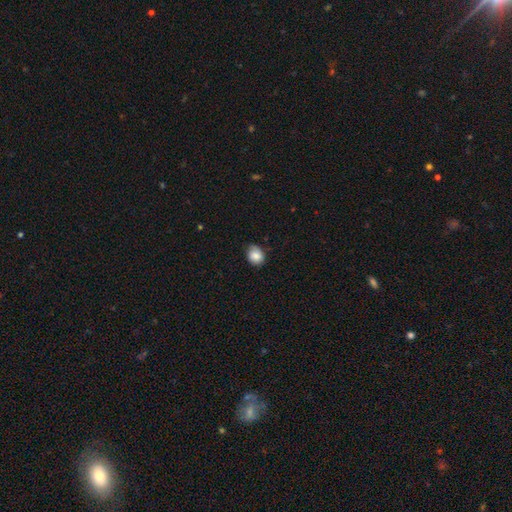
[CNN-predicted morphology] A smooth galaxy with no disk features (85%) that is round (55%). Merging: none (70%).